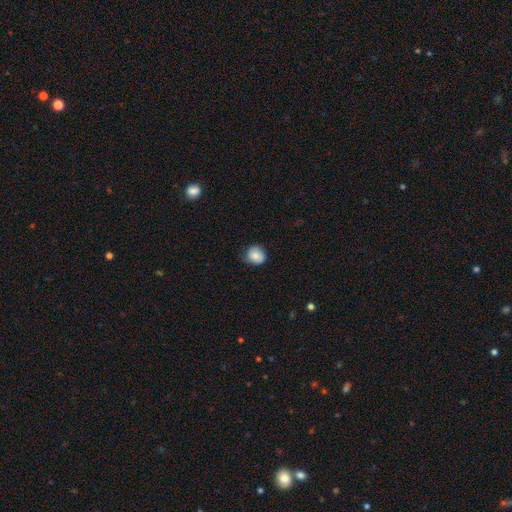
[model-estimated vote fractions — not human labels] This appears to be a smooth galaxy with no disk features (78%) that is round (81%). Merging: none (69%).